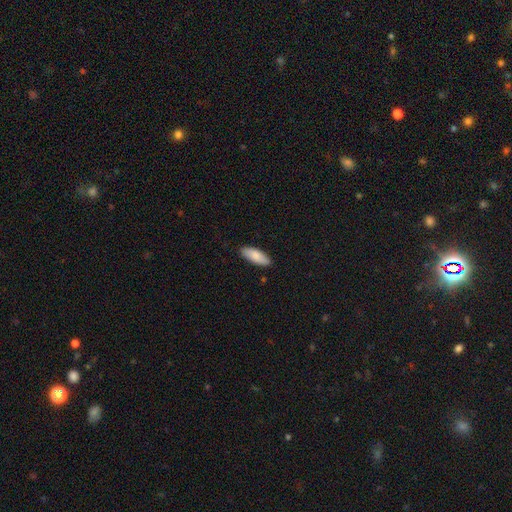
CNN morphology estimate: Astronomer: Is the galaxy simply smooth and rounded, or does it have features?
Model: smooth — 86%.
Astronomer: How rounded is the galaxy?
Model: in between — 73%.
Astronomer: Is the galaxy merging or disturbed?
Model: none — 88%.